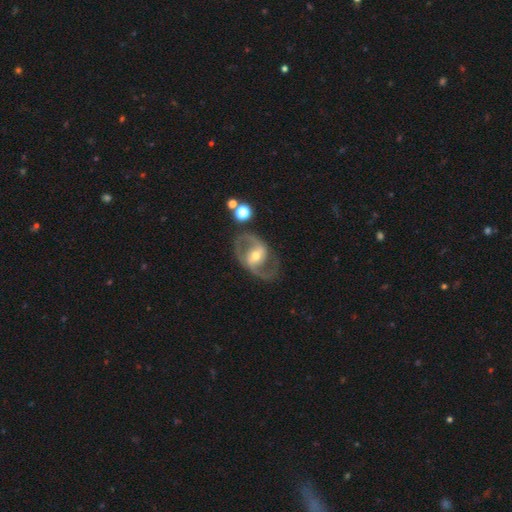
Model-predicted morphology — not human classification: Smooth or featured?
  - featured or disk: 84% *
  - smooth: 10%
  - star or artifact: 6%
Edge-on disk?
  - no: 96% *
  - yes: 4%
Bar?
  - weak: 39% *
  - strong: 36%
  - no: 25%
Spiral arms?
  - yes: 87% *
  - no: 13%
Spiral winding?
  - medium: 55% *
  - loose: 29%
  - tight: 16%
Spiral arm count?
  - 2: 89% *
  - can't tell: 5%
  - 1: 3%
  - 3: 1%
  - 4: 1%
  - more than 4: 1%
Bulge size?
  - moderate: 57% *
  - small: 36%
  - large: 5%
  - none: 1%
  - dominant: 1%
Merging?
  - none: 73% *
  - minor disturbance: 14%
  - major disturbance: 10%
  - merger: 3%